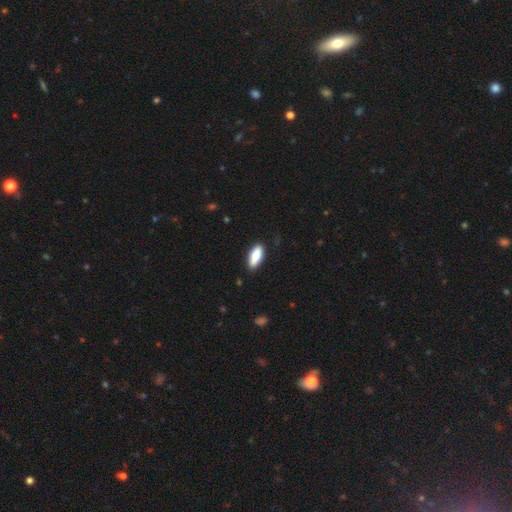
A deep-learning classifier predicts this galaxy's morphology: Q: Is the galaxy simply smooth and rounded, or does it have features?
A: smooth — 76%.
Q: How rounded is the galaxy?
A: in between — 77%.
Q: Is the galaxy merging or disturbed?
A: none — 85%.